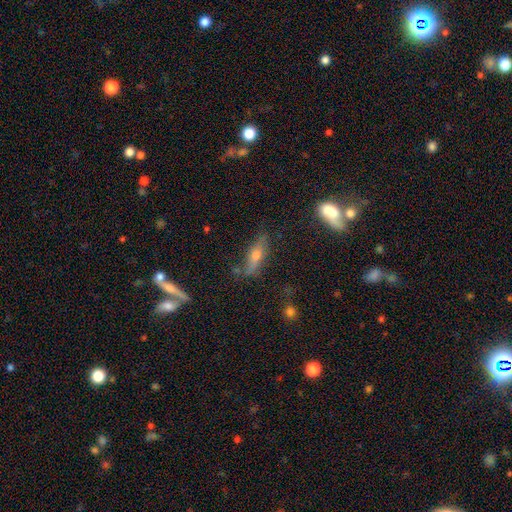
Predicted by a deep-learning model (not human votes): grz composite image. It shows a featured or disk galaxy (50%). Merging: none (70%).